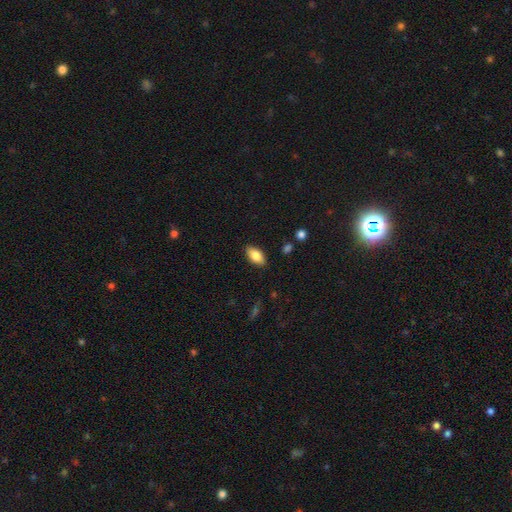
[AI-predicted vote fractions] Smooth or featured: smooth — 84% (featured or disk — 9%)
How rounded: in between — 92% (cigar-shaped — 4%)
Merging: none — 87% (minor disturbance — 10%)